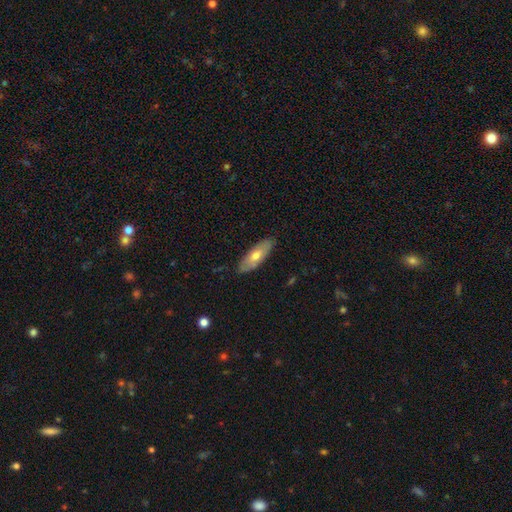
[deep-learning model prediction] Smooth or featured?
  - smooth: 60% *
  - featured or disk: 34%
  - star or artifact: 6%
How rounded?
  - in between: 69% *
  - cigar-shaped: 29%
  - round: 2%
Merging?
  - none: 84% *
  - minor disturbance: 12%
  - major disturbance: 2%
  - merger: 1%